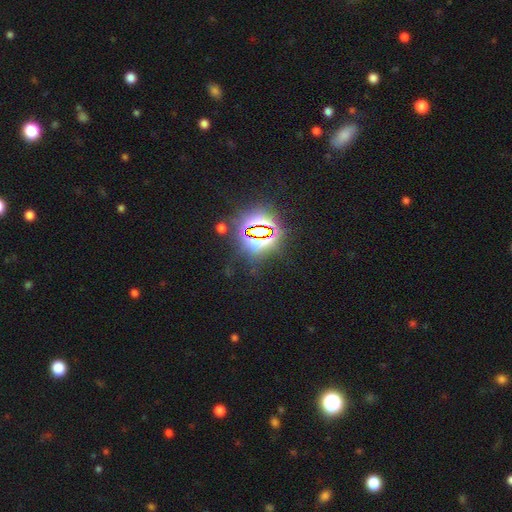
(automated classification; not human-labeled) This appears to be a star or artifact, not a galaxy (82%).